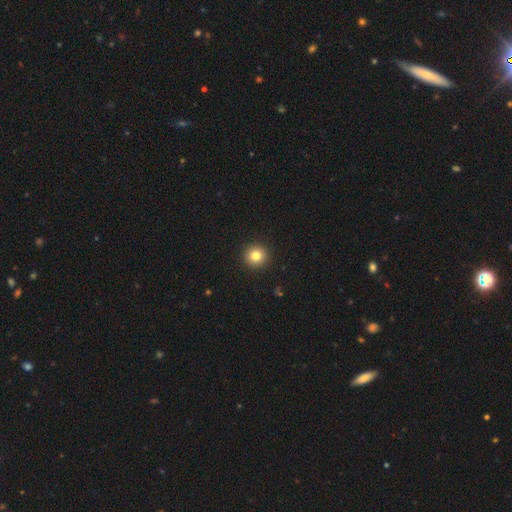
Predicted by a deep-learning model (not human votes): The model was most divided on "smooth or featured": smooth: 81%, star or artifact: 11%, featured or disk: 7%. More confident: how rounded — round (95%); merging — none (93%).